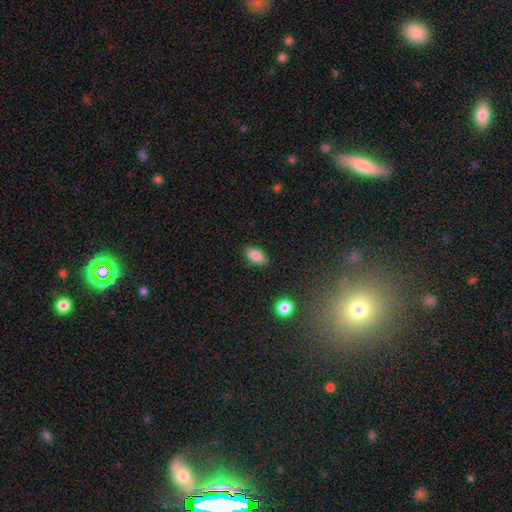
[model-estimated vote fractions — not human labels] Morphology: type=smooth (83%); roundness=in between (89%); merging=none (83%).